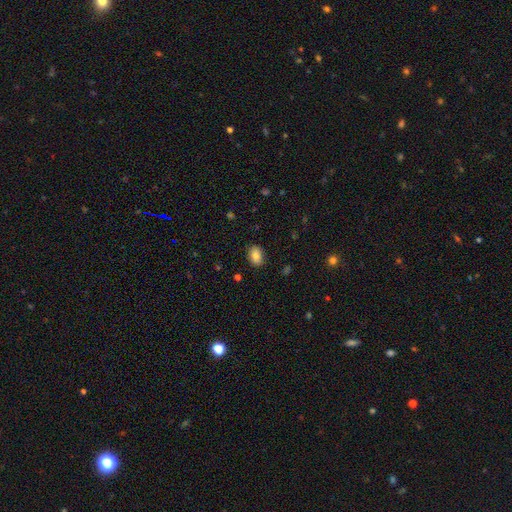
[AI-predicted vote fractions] A smooth galaxy with no disk features (82%) that is in between round and cigar-shaped (81%). Merging: none (87%).